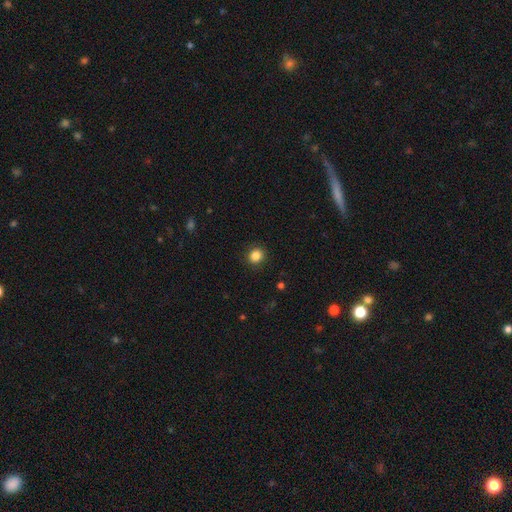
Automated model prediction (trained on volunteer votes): smooth 85%, star or artifact 11%, featured or disk 4%. Down the decision tree: how rounded — round (84%); merging — none (91%).